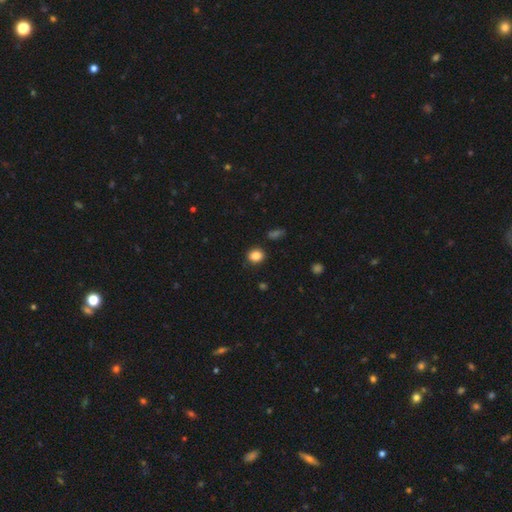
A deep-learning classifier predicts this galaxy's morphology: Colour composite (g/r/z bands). It shows a smooth galaxy with no disk features (85%) that is round (68%). Merging: none (85%).